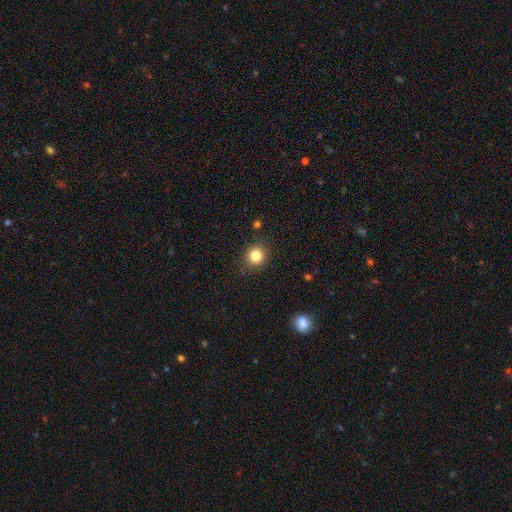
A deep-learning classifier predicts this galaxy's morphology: This is clearly a smooth galaxy (83%). How rounded: clearly round (88%). Merging: clearly none (87%).